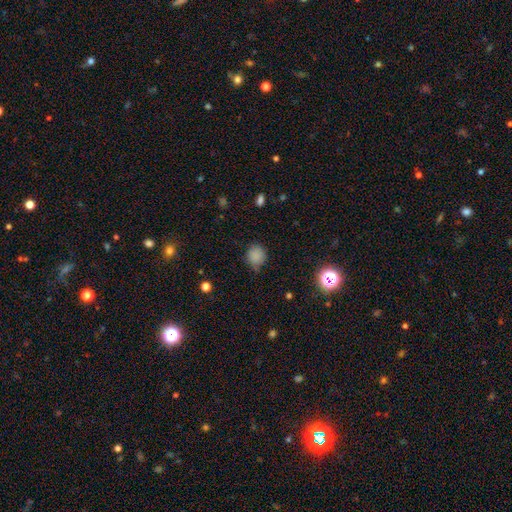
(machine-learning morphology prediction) smooth-or-featured: smooth: 84% | star or artifact: 12% | featured or disk: 4%
  how-rounded: round: 83% | in between: 16% | cigar-shaped: 1%
  merging: none: 73% | minor disturbance: 21% | major disturbance: 4% | merger: 2%